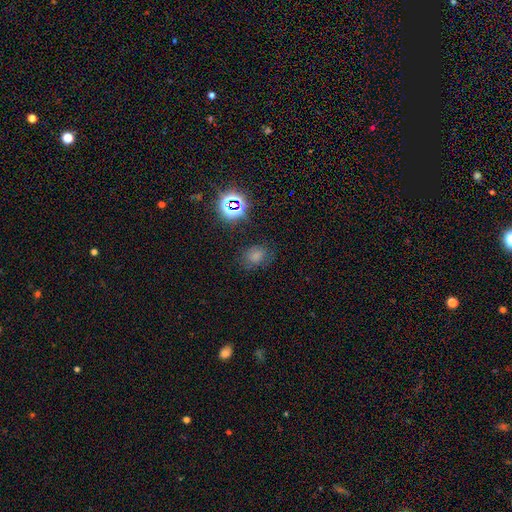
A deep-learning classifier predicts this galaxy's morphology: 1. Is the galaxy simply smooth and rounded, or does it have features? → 68% smooth, 24% star or artifact, 8% featured or disk.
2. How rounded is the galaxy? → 53% in between, 46% round, 1% cigar-shaped.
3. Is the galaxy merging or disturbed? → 73% none, 18% minor disturbance, 7% major disturbance, 2% merger.